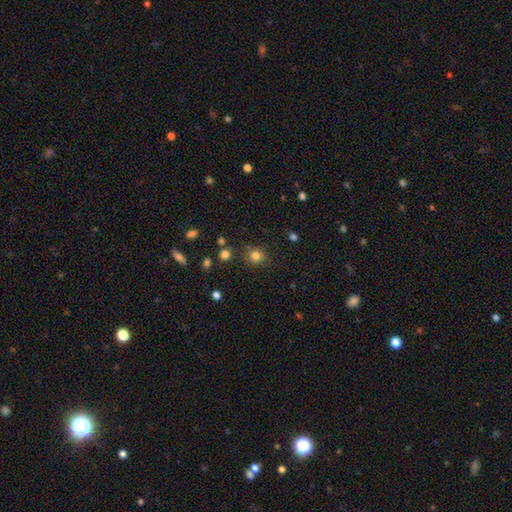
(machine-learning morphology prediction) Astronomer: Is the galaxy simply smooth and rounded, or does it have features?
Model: smooth — 81%.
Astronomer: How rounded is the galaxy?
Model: round — 87%.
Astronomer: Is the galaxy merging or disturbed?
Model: none — 85%.